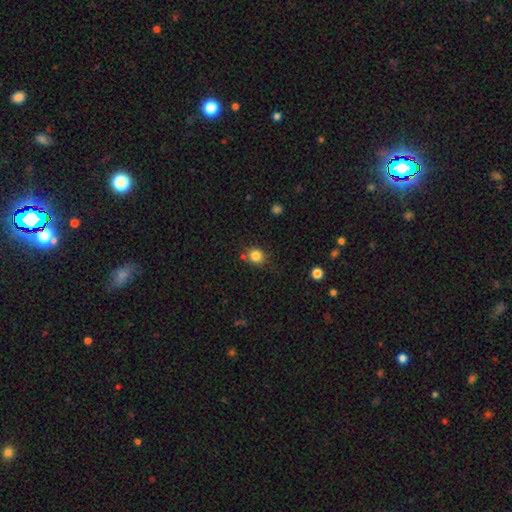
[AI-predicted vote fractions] Smooth or featured: smooth — 83% (star or artifact — 11%)
How rounded: round — 77% (in between — 22%)
Merging: none — 76% (minor disturbance — 13%)